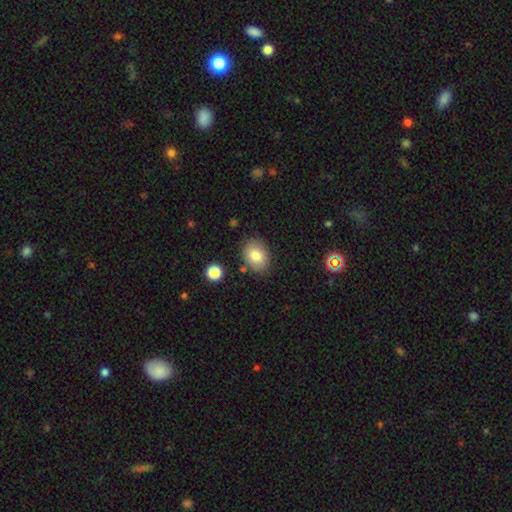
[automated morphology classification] smooth-or-featured: smooth: 80% | featured or disk: 11% | star or artifact: 9%
  how-rounded: in between: 65% | round: 34% | cigar-shaped: 1%
  merging: none: 82% | minor disturbance: 12% | merger: 3% | major disturbance: 3%